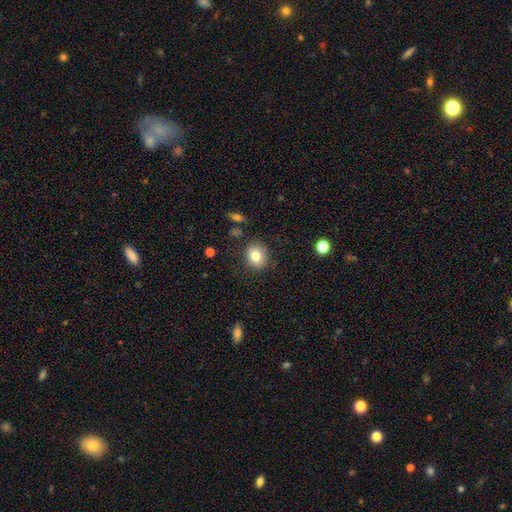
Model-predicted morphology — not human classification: Smooth or featured? smooth (80%)
How rounded? round (72%)
Merging? none (85%)